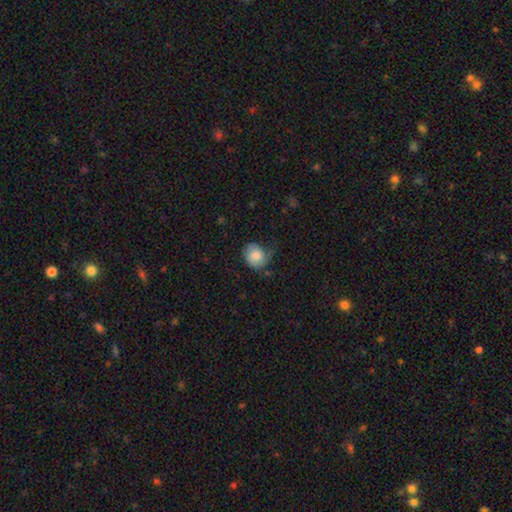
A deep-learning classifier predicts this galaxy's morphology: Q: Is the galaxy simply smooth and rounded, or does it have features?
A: smooth — 63%.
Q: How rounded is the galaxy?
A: round — 65%.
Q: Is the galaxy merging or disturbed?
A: none — 42%.